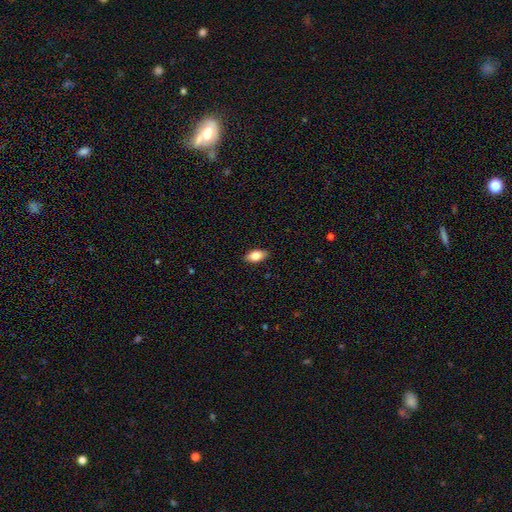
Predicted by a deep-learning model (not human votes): The model was most divided on "smooth or featured": smooth: 80%, featured or disk: 13%, star or artifact: 7%. More confident: how rounded — in between (89%); merging — none (89%).